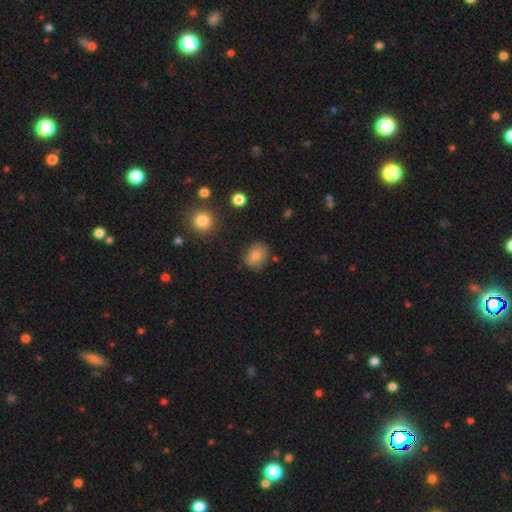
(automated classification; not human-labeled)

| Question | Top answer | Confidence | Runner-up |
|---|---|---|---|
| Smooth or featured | smooth | 78% | featured or disk (12%) |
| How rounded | in between | 52% | round (47%) |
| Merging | none | 79% | minor disturbance (15%) |